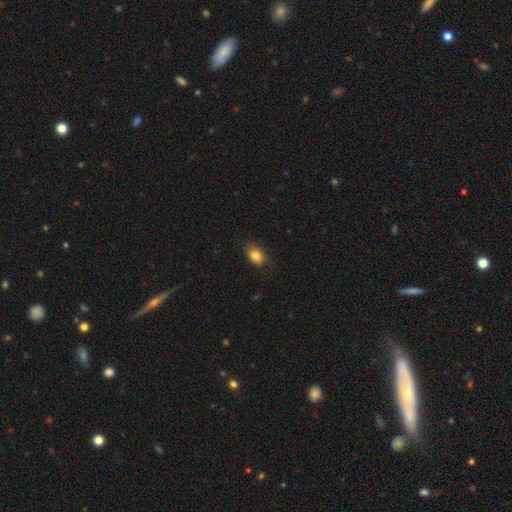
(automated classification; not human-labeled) Overall: smooth (83%). How rounded: in between (76%). Merging: none (84%).